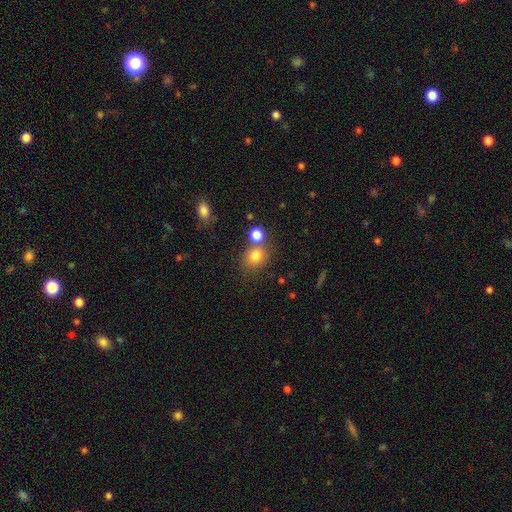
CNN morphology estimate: smooth-or-featured: smooth: 80% | star or artifact: 12% | featured or disk: 8%
  how-rounded: round: 73% | in between: 26% | cigar-shaped: 1%
  merging: none: 60% | merger: 26% | minor disturbance: 10% | major disturbance: 4%